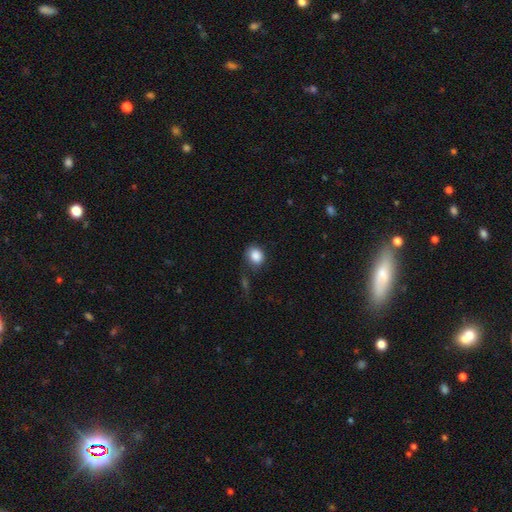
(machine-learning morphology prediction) Smooth or featured: smooth — 87% (star or artifact — 9%)
How rounded: round — 65% (in between — 34%)
Merging: none — 68% (minor disturbance — 20%)